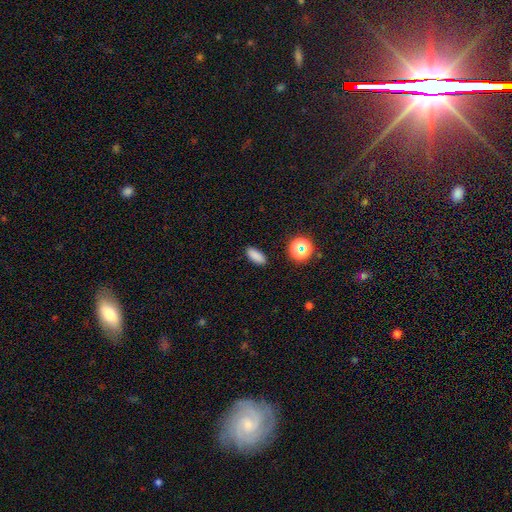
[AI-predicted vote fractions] Smooth or featured? Predicted: smooth (p=0.84). How rounded? Predicted: in between (p=0.76). Merging? Predicted: none (p=0.89).